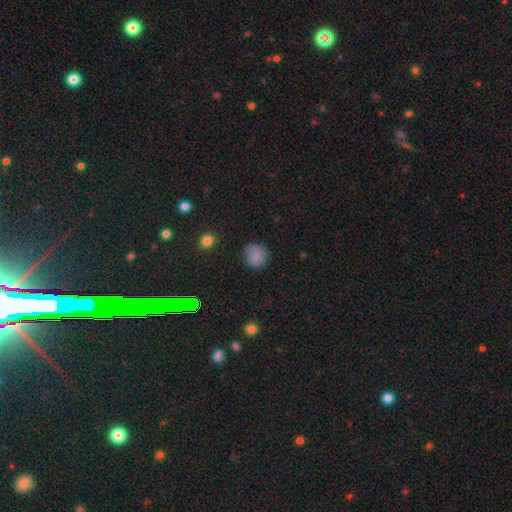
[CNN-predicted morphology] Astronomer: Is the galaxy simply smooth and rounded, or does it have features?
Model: smooth — 83%.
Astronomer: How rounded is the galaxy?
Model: round — 90%.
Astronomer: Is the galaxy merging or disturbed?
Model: none — 82%.